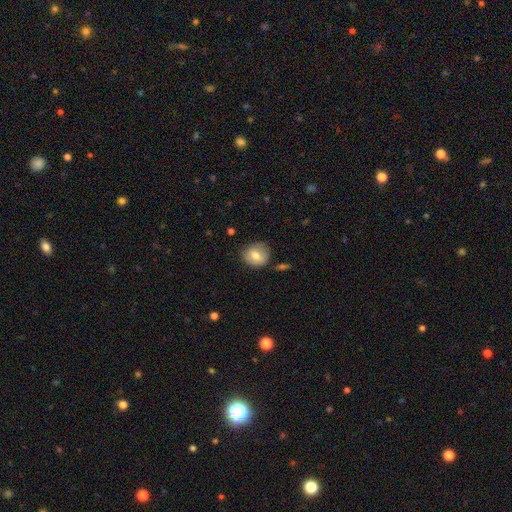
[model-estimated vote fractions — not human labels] A smooth galaxy with no disk features (73%) that is round (80%). Merging: none (76%).